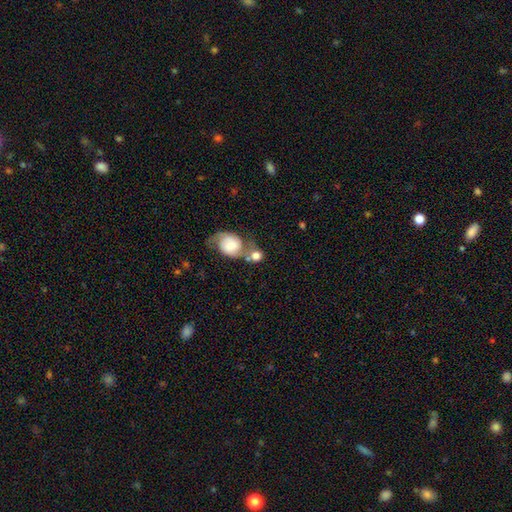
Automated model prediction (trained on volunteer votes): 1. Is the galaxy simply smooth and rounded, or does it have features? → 60% smooth, 31% featured or disk, 9% star or artifact.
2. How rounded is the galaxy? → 73% round, 25% in between, 2% cigar-shaped.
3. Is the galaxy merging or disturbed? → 43% merger, 37% none, 12% minor disturbance, 9% major disturbance.